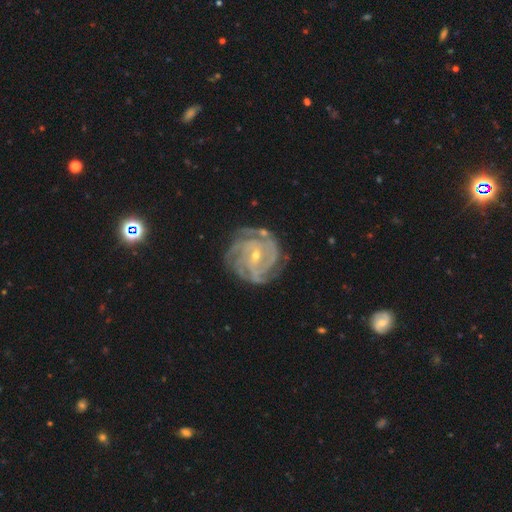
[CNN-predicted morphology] type=featured or disk (89%); edge-on=no (97%); bar=weak (44%); spiral arms=yes (97%); winding=tight (73%); arm count=4 (32%); bulge=small (63%); merging=none (73%).